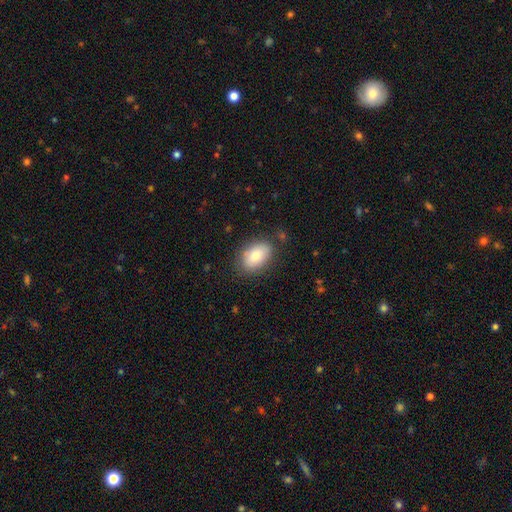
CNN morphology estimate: smooth-or-featured: smooth: 79% | featured or disk: 13% | star or artifact: 7%
  how-rounded: in between: 88% | round: 10% | cigar-shaped: 1%
  merging: none: 81% | minor disturbance: 14% | major disturbance: 3% | merger: 2%